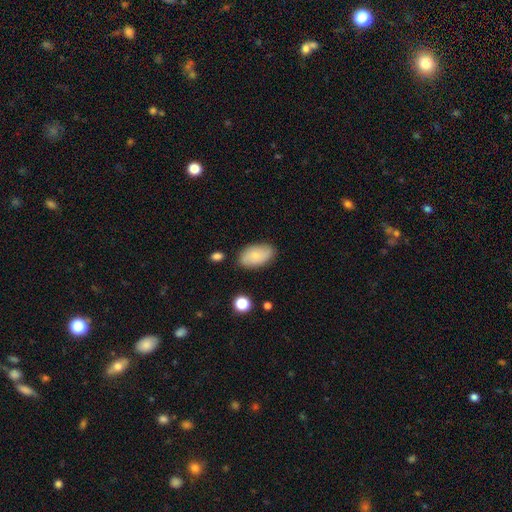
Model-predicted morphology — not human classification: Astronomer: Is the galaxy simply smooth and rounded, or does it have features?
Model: smooth — 74%.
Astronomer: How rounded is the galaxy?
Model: in between — 93%.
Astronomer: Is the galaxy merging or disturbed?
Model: none — 82%.